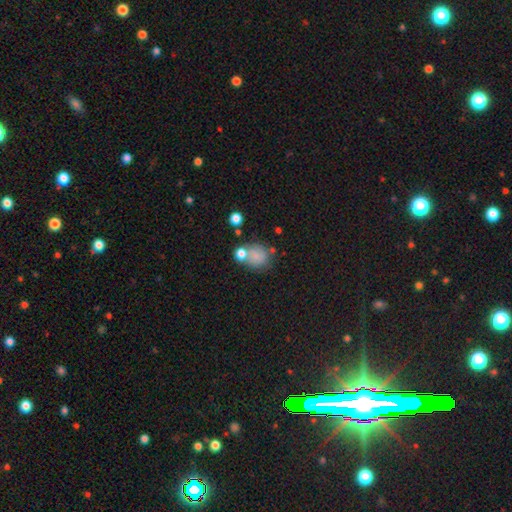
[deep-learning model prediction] Smooth or featured: smooth — 74% (featured or disk — 13%)
How rounded: round — 67% (in between — 32%)
Merging: none — 48% (merger — 24%)